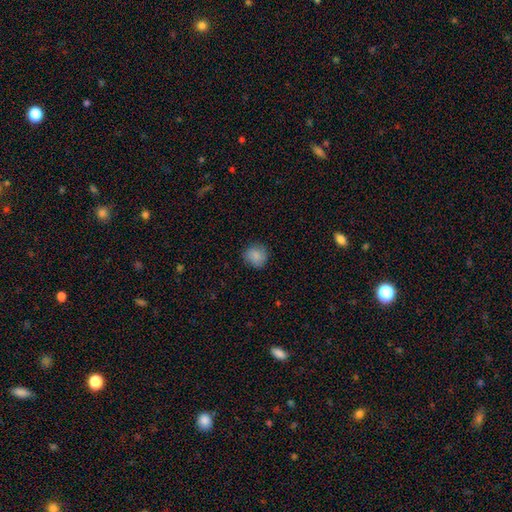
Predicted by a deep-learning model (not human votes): Overall: smooth (86%). How rounded: round (87%). Merging: none (84%).